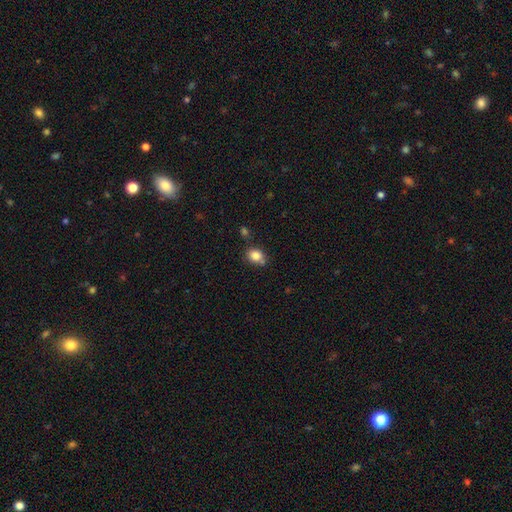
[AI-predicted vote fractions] This appears to be a smooth galaxy with no disk features (83%) that is round (55%). Merging: none (66%).